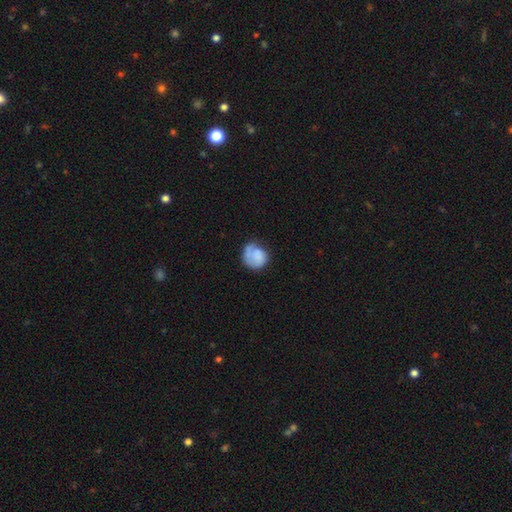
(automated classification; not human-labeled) Smooth or featured: smooth — 66% (featured or disk — 28%)
How rounded: round — 74% (in between — 25%)
Merging: none — 48% (minor disturbance — 28%)